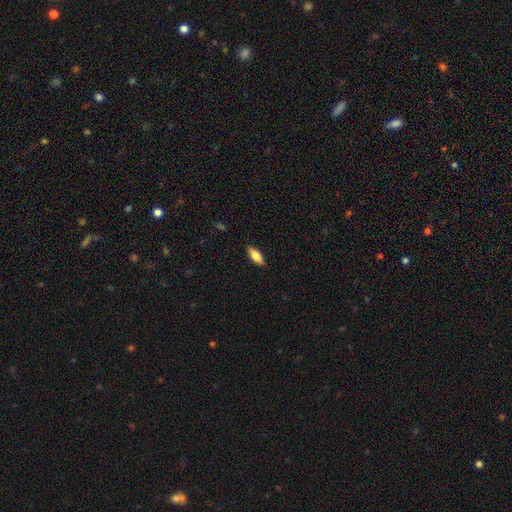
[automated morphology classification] smooth 78%, featured or disk 16%, star or artifact 6%. Down the decision tree: how rounded — in between (80%); merging — none (88%).